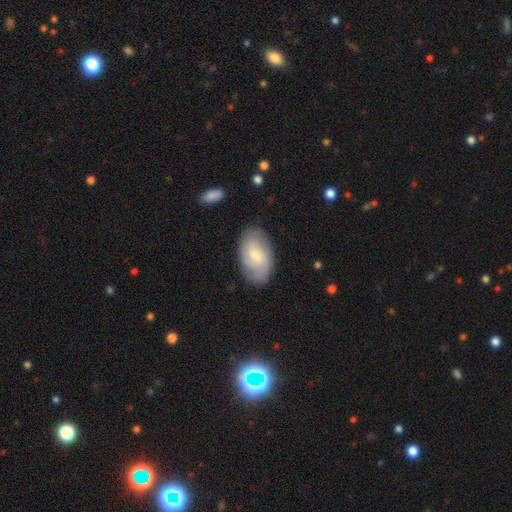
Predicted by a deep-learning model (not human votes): Q: Smooth or featured?
A: featured or disk (61%); runner-up: smooth (32%)
Q: Edge-on disk?
A: no (94%); runner-up: yes (6%)
Q: Bar?
A: no (67%); runner-up: weak (29%)
Q: Spiral arms?
A: yes (85%); runner-up: no (15%)
Q: Bulge size?
A: small (55%); runner-up: moderate (42%)
Q: Merging?
A: none (80%); runner-up: minor disturbance (15%)